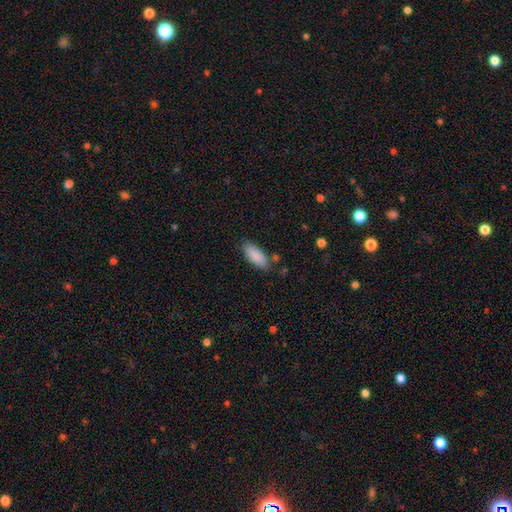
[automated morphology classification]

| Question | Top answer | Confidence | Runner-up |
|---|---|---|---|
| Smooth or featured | smooth | 88% | star or artifact (6%) |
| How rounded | in between | 83% | cigar-shaped (16%) |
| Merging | none | 79% | minor disturbance (14%) |